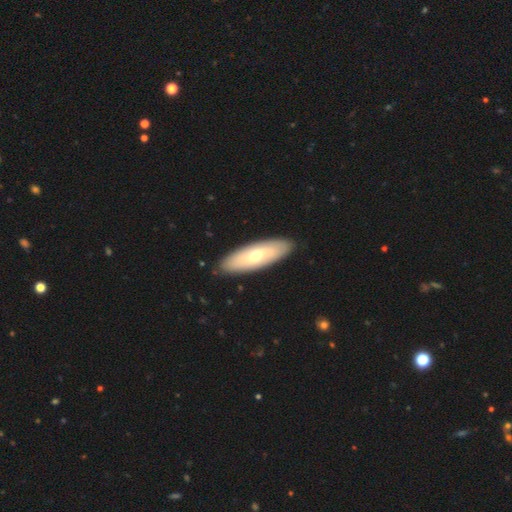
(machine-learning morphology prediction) smooth_or_featured: smooth (p=0.54) [alt: featured or disk p=0.41]
how_rounded: in between (p=0.61) [alt: cigar-shaped p=0.37]
merging: none (p=0.90) [alt: minor disturbance p=0.08]